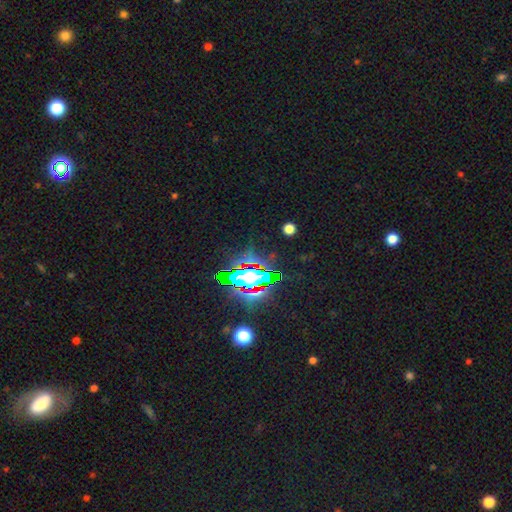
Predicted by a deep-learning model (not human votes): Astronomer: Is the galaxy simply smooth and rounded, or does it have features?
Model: star or artifact — 82%.